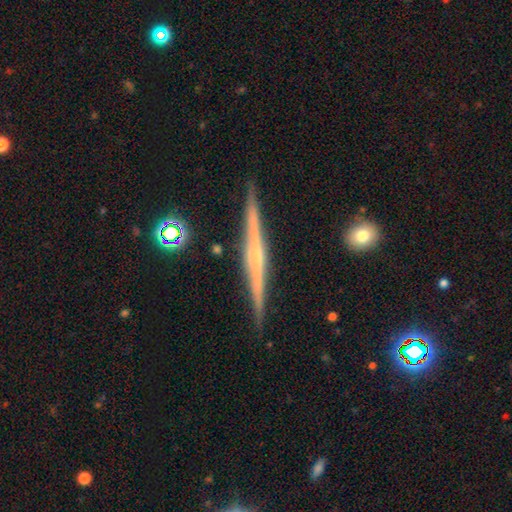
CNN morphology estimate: The model was most divided on "edge-on bulge": none: 45%, rounded: 41%, boxy: 14%. More confident: edge-on disk — yes (98%); merging — none (90%); smooth or featured — featured or disk (79%).